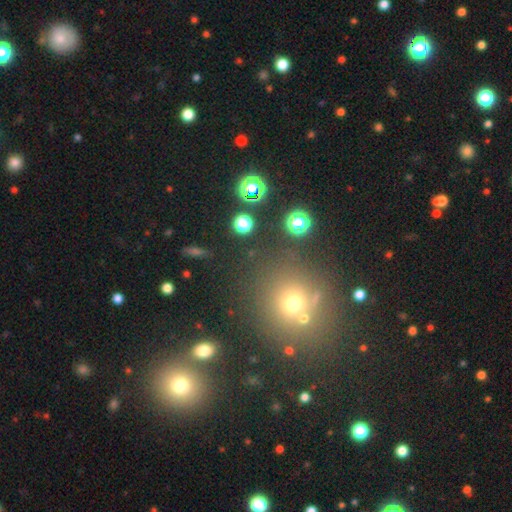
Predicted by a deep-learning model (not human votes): A star or artifact, not a galaxy (46%).